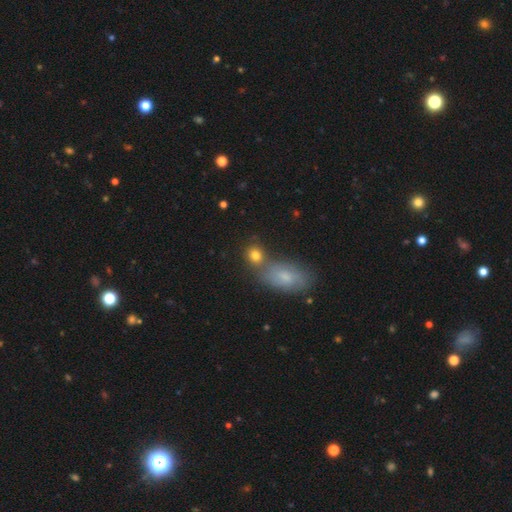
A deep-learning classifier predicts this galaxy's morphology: Q: Smooth or featured?
A: smooth (76%); runner-up: featured or disk (12%)
Q: How rounded?
A: round (64%); runner-up: in between (33%)
Q: Merging?
A: none (57%); runner-up: merger (27%)